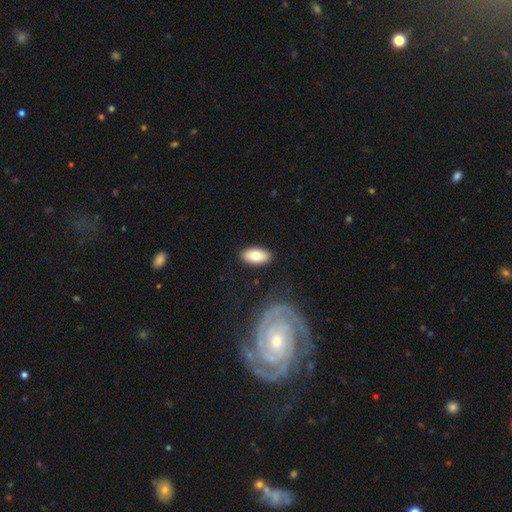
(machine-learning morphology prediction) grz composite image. It shows a smooth galaxy with no disk features (77%) that is in between round and cigar-shaped (93%). Merging: none (87%).